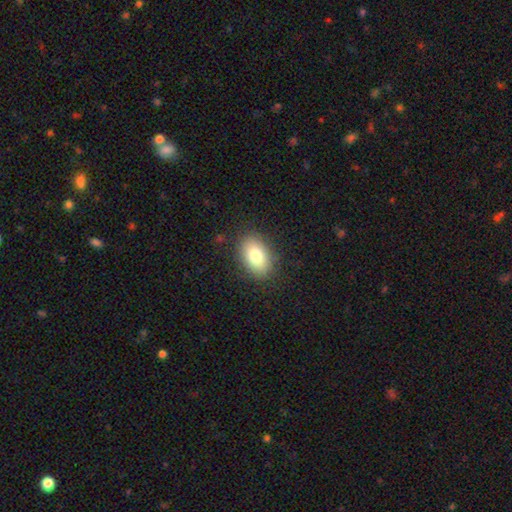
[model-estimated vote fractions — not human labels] Smooth or featured? Predicted: smooth (p=0.80). How rounded? Predicted: in between (p=0.85). Merging? Predicted: none (p=0.85).